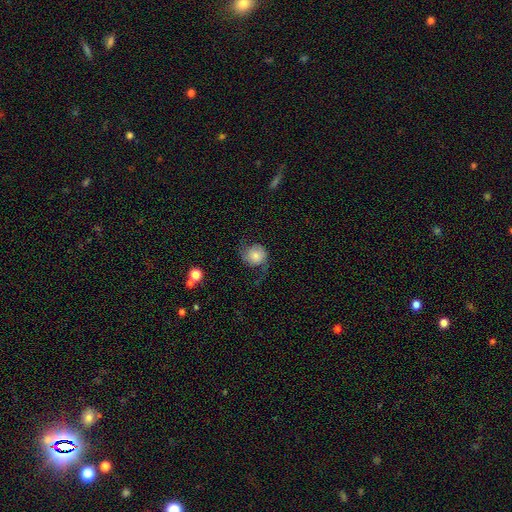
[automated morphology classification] This appears to be a featured or disk galaxy (49%). Merging: none (60%).